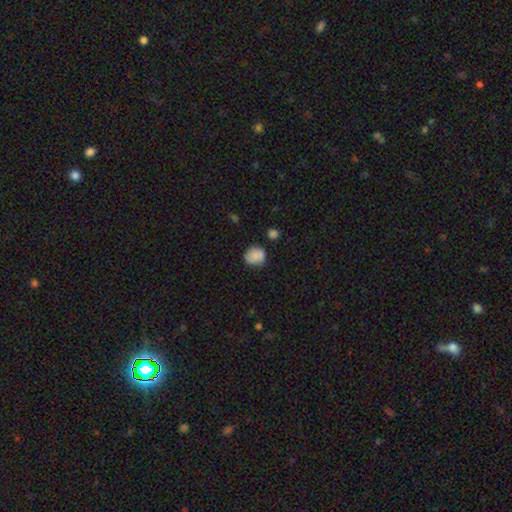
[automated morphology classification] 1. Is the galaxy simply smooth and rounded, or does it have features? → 79% smooth, 11% featured or disk, 9% star or artifact.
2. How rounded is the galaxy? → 71% round, 28% in between, 1% cigar-shaped.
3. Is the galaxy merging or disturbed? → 65% none, 25% minor disturbance, 5% major disturbance, 5% merger.